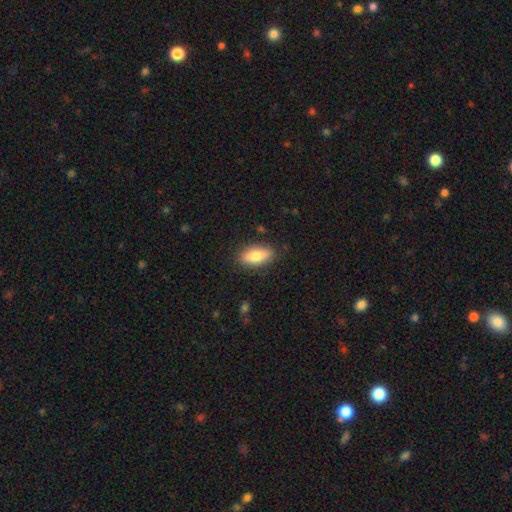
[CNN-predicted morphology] Smooth or featured?
  - smooth: 81% *
  - featured or disk: 13%
  - star or artifact: 7%
How rounded?
  - in between: 82% *
  - cigar-shaped: 15%
  - round: 3%
Merging?
  - none: 85% *
  - minor disturbance: 11%
  - major disturbance: 3%
  - merger: 1%